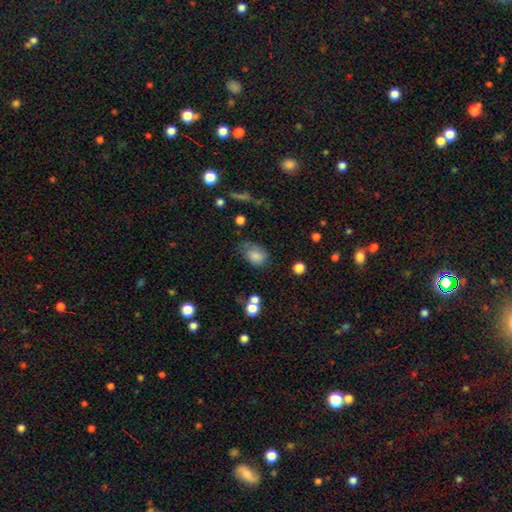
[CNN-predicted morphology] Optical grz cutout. It shows a smooth galaxy with no disk features (81%) that is in between round and cigar-shaped (69%). Merging: none (48%).